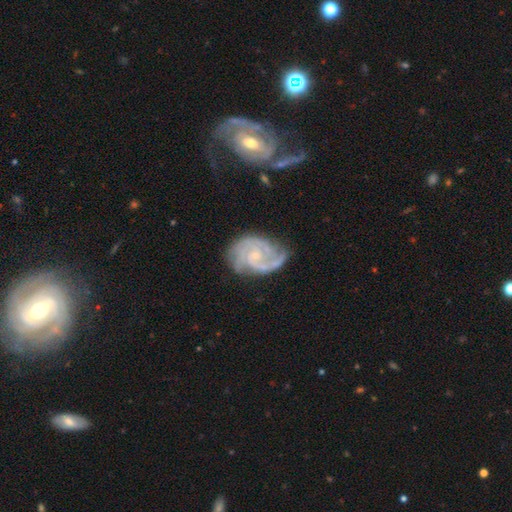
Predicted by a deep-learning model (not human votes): A featured or disk galaxy (89%) with no bar (65%), 3 (34%) tight (53%) spiral arms (98%) and a small central bulge (76%). Merging: none (66%).